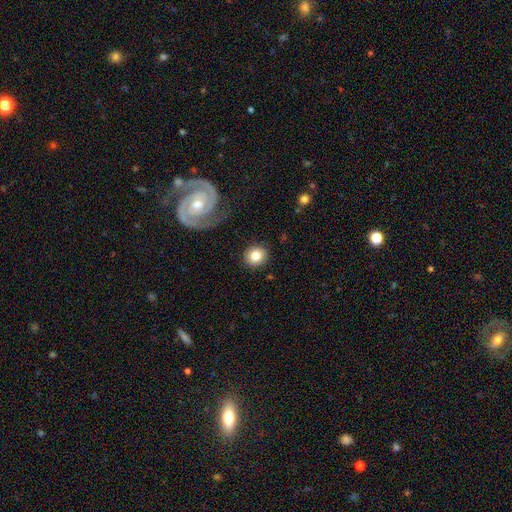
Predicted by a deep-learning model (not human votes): Smooth or featured? Predicted: smooth (p=0.79). How rounded? Predicted: round (p=0.83). Merging? Predicted: none (p=0.87).